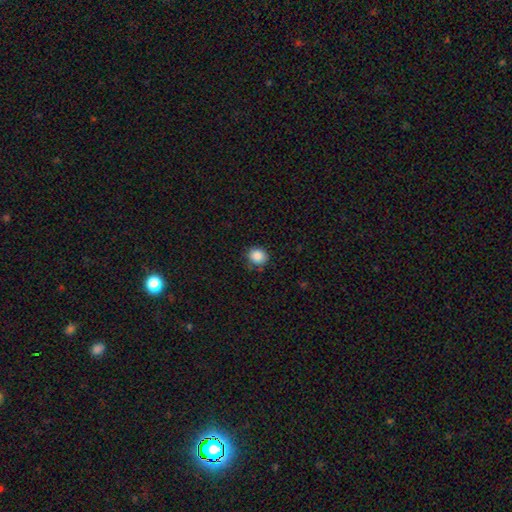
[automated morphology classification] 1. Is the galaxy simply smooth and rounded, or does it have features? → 86% smooth, 9% star or artifact, 4% featured or disk.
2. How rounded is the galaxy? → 83% round, 16% in between, 1% cigar-shaped.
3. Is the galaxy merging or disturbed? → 83% none, 13% minor disturbance, 3% major disturbance, 1% merger.